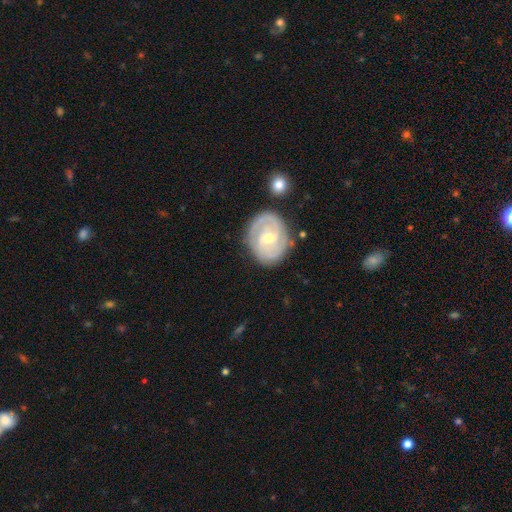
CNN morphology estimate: This appears to be a featured or disk galaxy (68%) with no bar (51%), 2 (60%) tight (65%) spiral arms (77%) and a moderate central bulge (57%). Merging: none (79%).